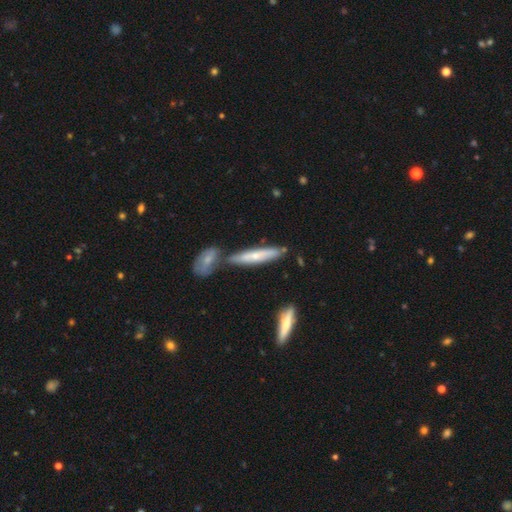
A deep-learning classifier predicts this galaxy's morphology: smooth 50%, featured or disk 44%, star or artifact 6%. Down the decision tree: merging — none (64%).